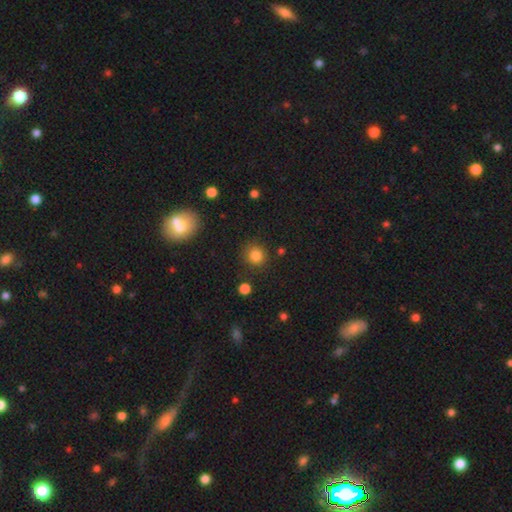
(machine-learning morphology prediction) smooth 83%, star or artifact 12%, featured or disk 4%. Down the decision tree: how rounded — round (90%); merging — none (87%).